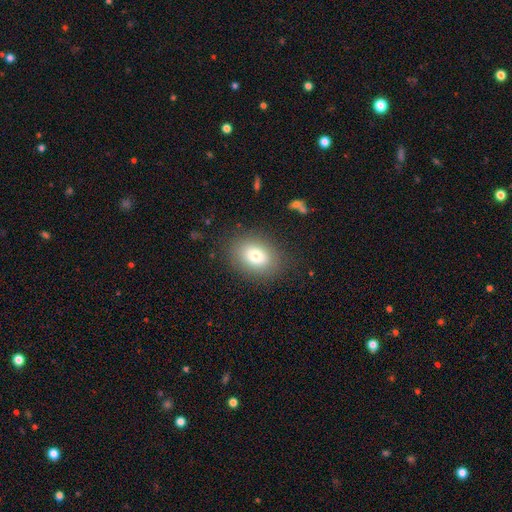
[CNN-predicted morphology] smooth-or-featured: smooth: 78% | featured or disk: 12% | star or artifact: 10%
  how-rounded: in between: 68% | round: 31% | cigar-shaped: 1%
  merging: none: 84% | minor disturbance: 10% | major disturbance: 4% | merger: 1%